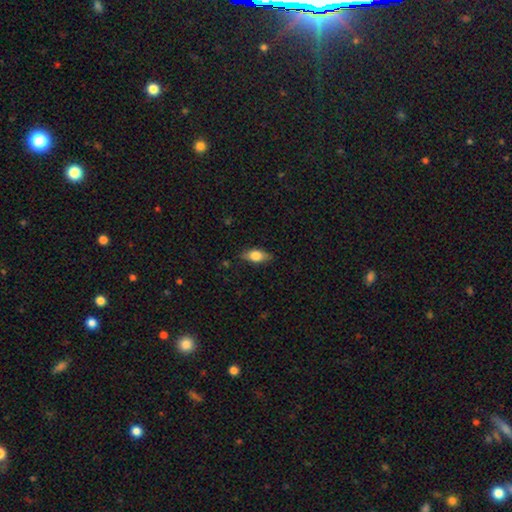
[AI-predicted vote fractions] Q: Smooth or featured?
A: smooth (71%); runner-up: featured or disk (22%)
Q: How rounded?
A: in between (82%); runner-up: cigar-shaped (13%)
Q: Merging?
A: none (82%); runner-up: minor disturbance (14%)